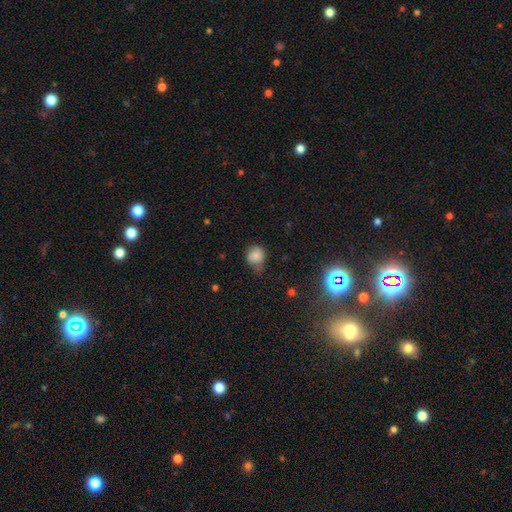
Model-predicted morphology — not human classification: A smooth galaxy with no disk features (79%) that is round (70%). Merging: none (46%).